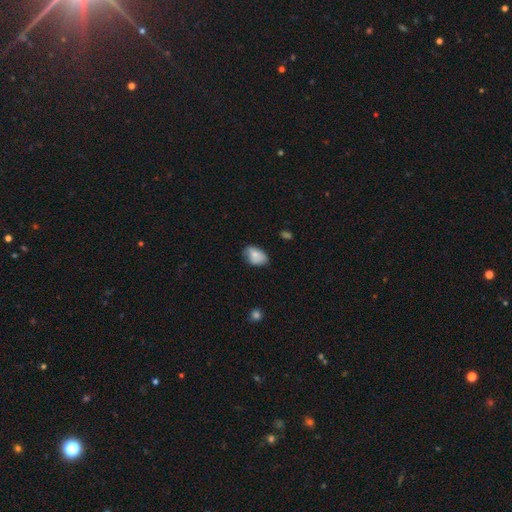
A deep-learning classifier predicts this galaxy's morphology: Smooth or featured? Predicted: smooth (p=0.76). How rounded? Predicted: in between (p=0.86). Merging? Predicted: none (p=0.57).